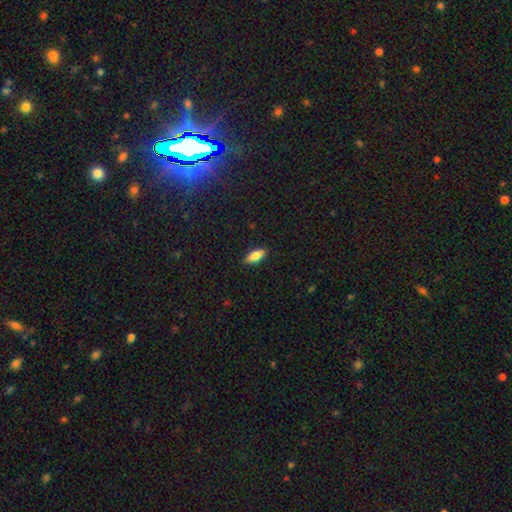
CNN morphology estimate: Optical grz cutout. It shows a smooth galaxy with no disk features (80%) that is in between round and cigar-shaped (77%). Merging: none (88%).